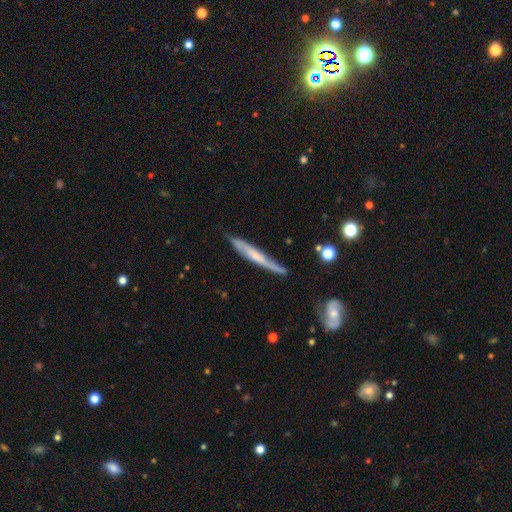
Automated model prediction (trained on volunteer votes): smooth-or-featured: featured or disk: 57% | smooth: 37% | star or artifact: 6%
  disk-edge-on: yes: 81% | no: 19%
  merging: none: 69% | minor disturbance: 23% | major disturbance: 5% | merger: 3%